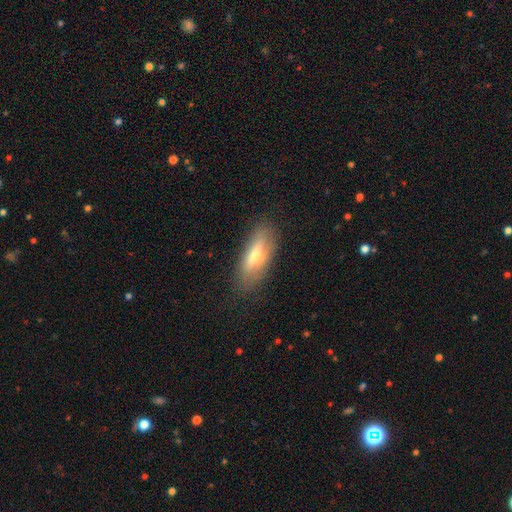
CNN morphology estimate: A smooth galaxy with no disk features (56%) that is in between round and cigar-shaped (58%). Merging: none (80%).